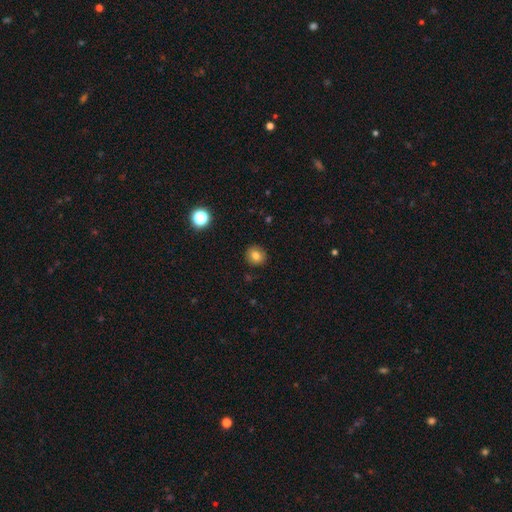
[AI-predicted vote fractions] Morphology: type=smooth (80%); roundness=round (86%); merging=none (90%).